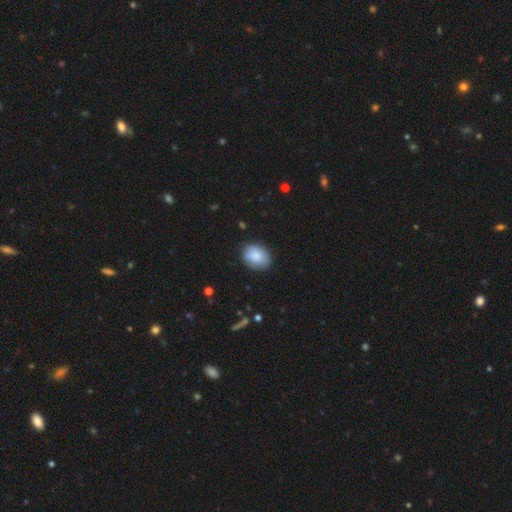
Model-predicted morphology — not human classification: type=smooth (86%); roundness=in between (68%); merging=none (83%).